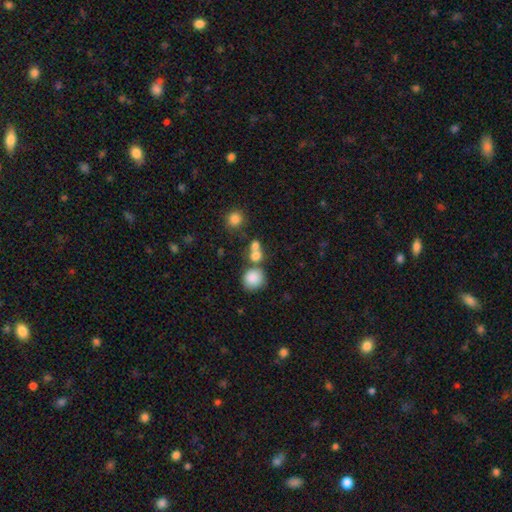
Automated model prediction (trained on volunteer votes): Overall: smooth (78%). How rounded: round (79%). Merging: none (46%; merger 40%).